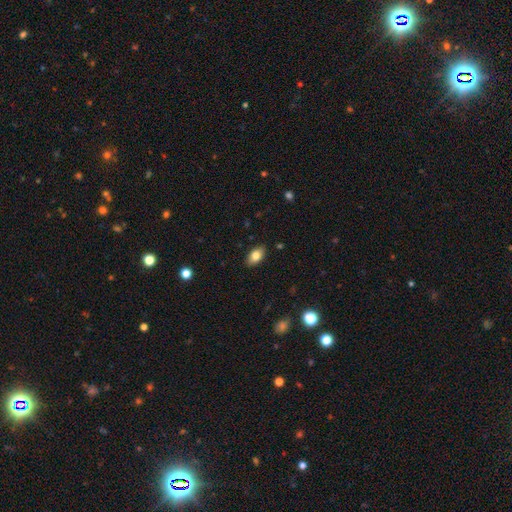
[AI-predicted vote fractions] smooth-or-featured: smooth: 81% | featured or disk: 11% | star or artifact: 8%
  how-rounded: in between: 91% | round: 6% | cigar-shaped: 2%
  merging: none: 88% | minor disturbance: 9% | major disturbance: 2% | merger: 1%